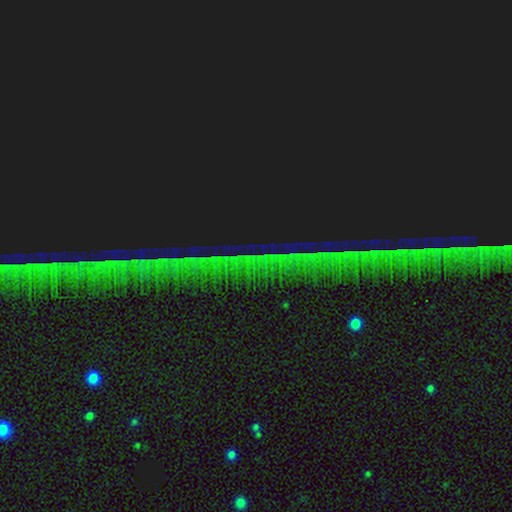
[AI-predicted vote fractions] smooth-or-featured: star or artifact: 86% | featured or disk: 7% | smooth: 7%